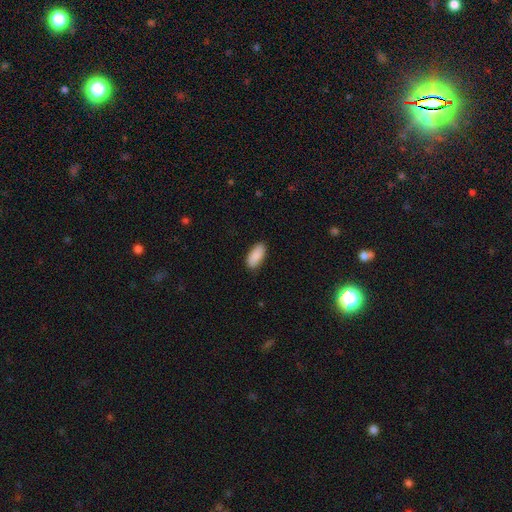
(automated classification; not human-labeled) smooth_or_featured: smooth (p=0.90) [alt: star or artifact p=0.06]
how_rounded: in between (p=0.89) [alt: cigar-shaped p=0.09]
merging: none (p=0.86) [alt: minor disturbance p=0.11]